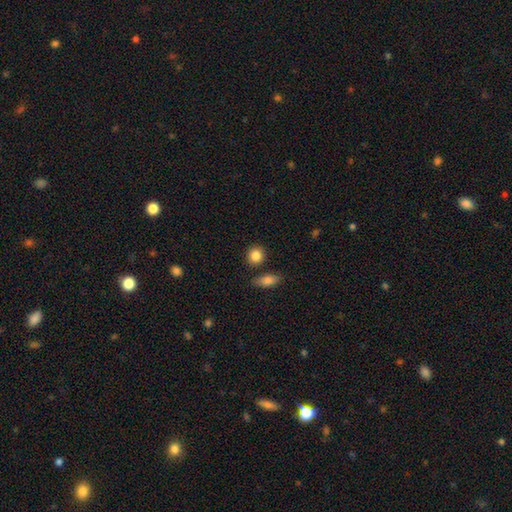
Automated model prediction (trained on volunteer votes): A smooth galaxy with no disk features (86%) that is round (83%).

Vote fractions:
- Smooth or featured? smooth: 86% / star or artifact: 9% / featured or disk: 5%
- How rounded? round: 83% / in between: 15% / cigar-shaped: 1%
- Merging? none: 81% / minor disturbance: 9% / merger: 7% / major disturbance: 3%